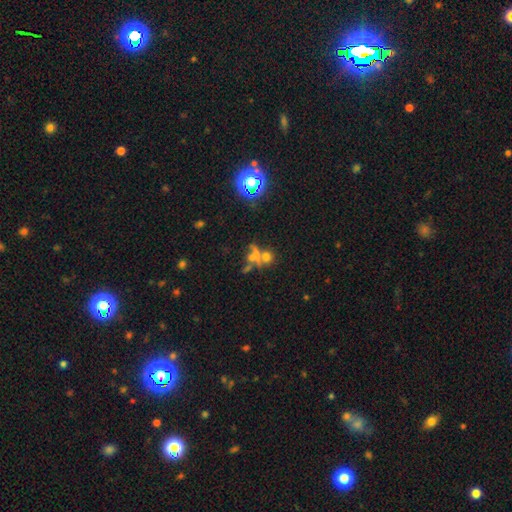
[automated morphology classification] This is possibly a smooth galaxy (45%). Merging: marginally merger (40%, tied with none).